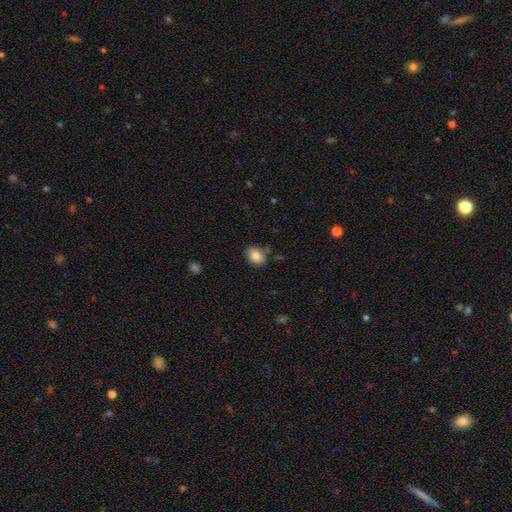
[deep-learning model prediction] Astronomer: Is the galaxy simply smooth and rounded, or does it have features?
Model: smooth — 84%.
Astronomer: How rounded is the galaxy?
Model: in between — 71%.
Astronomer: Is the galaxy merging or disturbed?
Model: none — 76%.